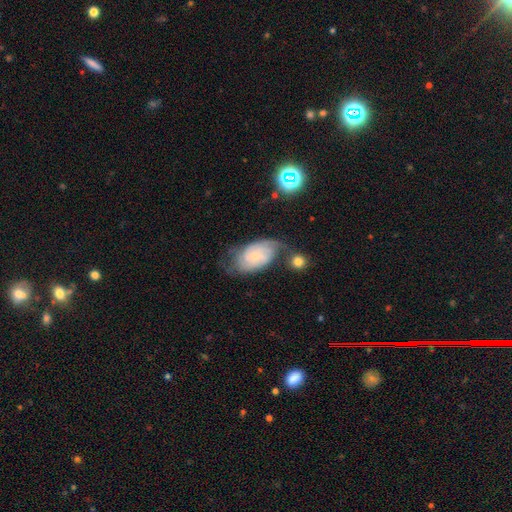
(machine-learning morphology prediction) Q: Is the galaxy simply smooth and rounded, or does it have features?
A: featured or disk — 66%.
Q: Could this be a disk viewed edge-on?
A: no — 96%.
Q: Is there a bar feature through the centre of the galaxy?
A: no — 68%.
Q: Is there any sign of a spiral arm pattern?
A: yes — 90%.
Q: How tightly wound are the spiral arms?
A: tight — 50%.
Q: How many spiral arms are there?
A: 2 — 47%.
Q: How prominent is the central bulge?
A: small — 76%.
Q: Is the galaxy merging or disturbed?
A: none — 46%.